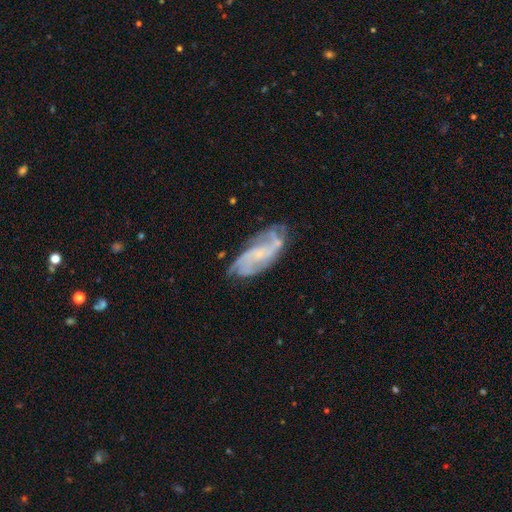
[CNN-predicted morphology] featured or disk 69%, smooth 20%, star or artifact 11%. Down the decision tree: edge-on disk — no (90%); bar — no (47%); spiral arms — yes (86%); spiral arm count — 2 (44%); spiral winding — medium (42%); bulge size — small (56%); merging — none (73%).